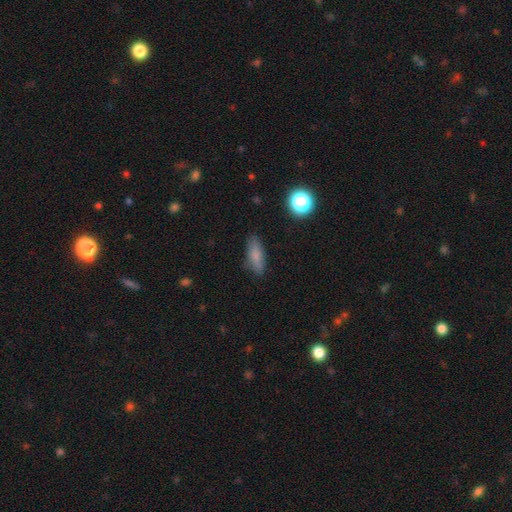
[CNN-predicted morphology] type=smooth (77%); roundness=in between (62%); merging=none (82%).